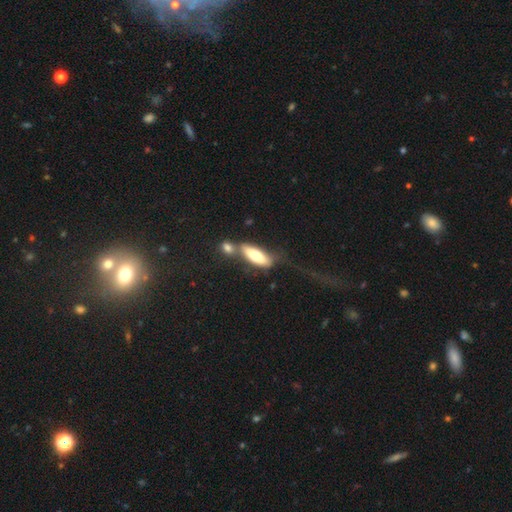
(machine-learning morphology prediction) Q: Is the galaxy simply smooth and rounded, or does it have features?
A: smooth — 69%.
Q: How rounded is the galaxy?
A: in between — 64%.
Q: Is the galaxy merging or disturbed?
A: merger — 41%.